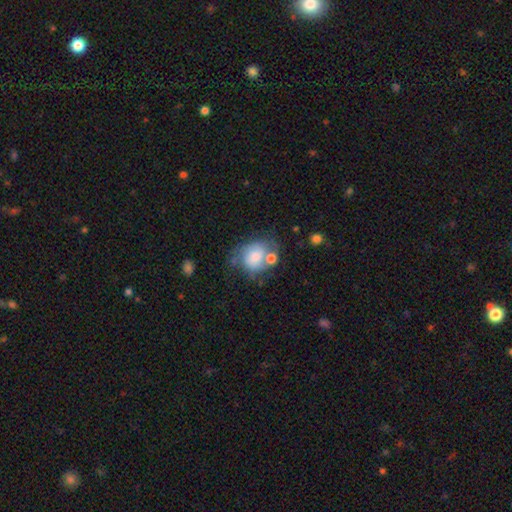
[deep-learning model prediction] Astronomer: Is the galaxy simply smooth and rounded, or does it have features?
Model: smooth — 59%.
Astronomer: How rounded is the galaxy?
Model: round — 57% (runner-up: in between, 42%).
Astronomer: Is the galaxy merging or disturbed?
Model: none — 38% (runner-up: merger, 25%).